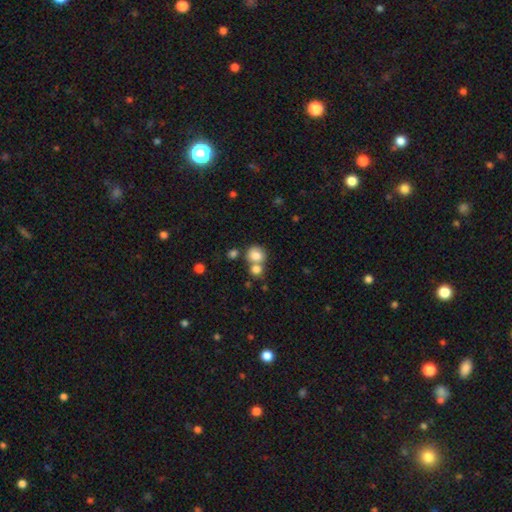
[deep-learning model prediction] This appears to be a smooth galaxy with no disk features (80%) that is round (77%). Merging: merger (44%).